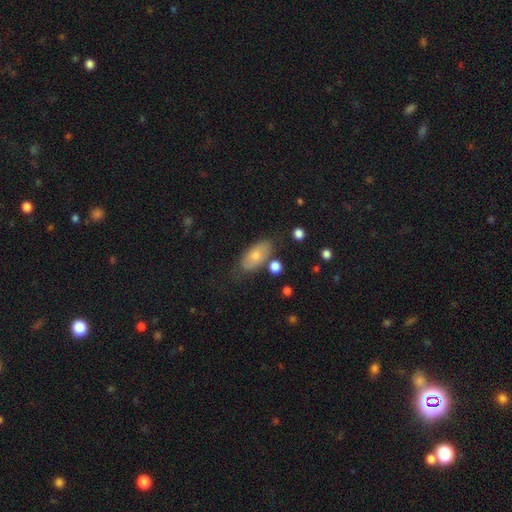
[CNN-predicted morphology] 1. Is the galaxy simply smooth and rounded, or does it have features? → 63% smooth, 27% featured or disk, 9% star or artifact.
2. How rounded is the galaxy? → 89% in between, 6% cigar-shaped, 5% round.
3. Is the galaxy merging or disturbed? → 72% none, 18% minor disturbance, 5% merger, 5% major disturbance.